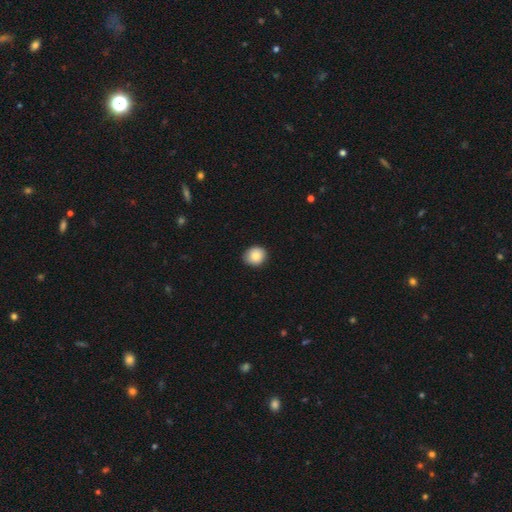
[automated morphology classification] smooth 87%, star or artifact 8%, featured or disk 5%. Down the decision tree: how rounded — round (76%); merging — none (87%).